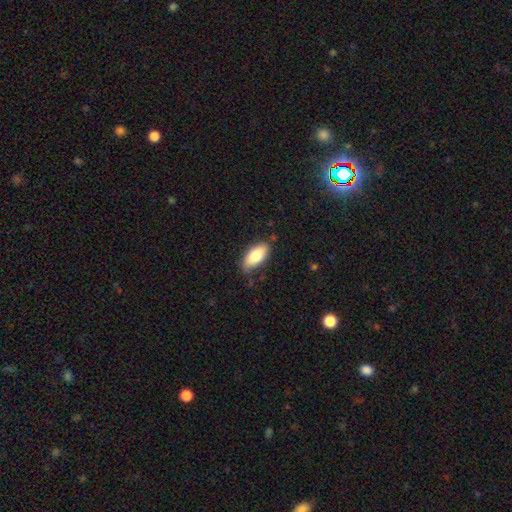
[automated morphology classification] Smooth or featured: smooth — 81% (featured or disk — 12%)
How rounded: in between — 90% (cigar-shaped — 8%)
Merging: none — 74% (minor disturbance — 21%)